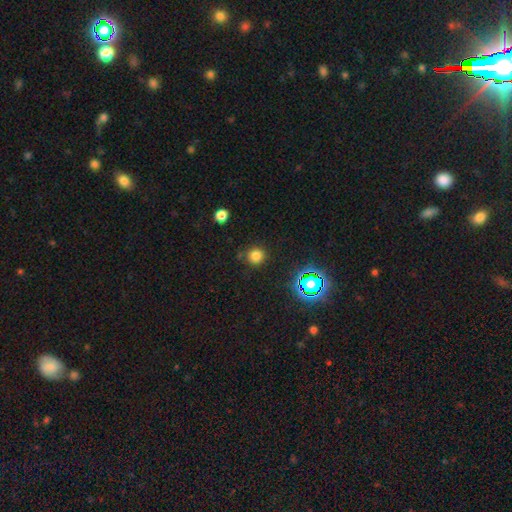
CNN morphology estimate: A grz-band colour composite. It shows a smooth galaxy with no disk features (76%) that is round (92%). Merging: none (84%).